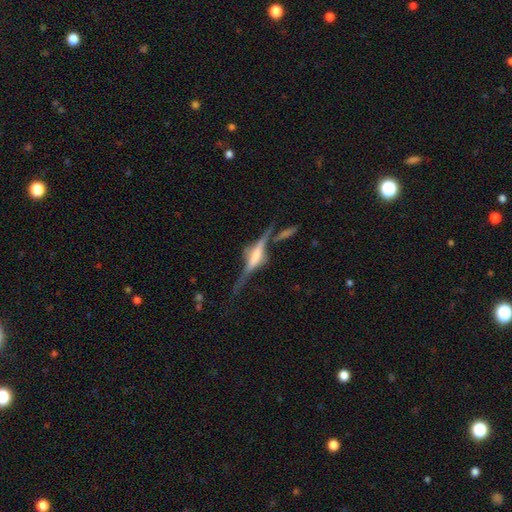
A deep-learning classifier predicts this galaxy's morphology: type=featured or disk (84%); edge-on=yes (96%); edge-on bulge=rounded (63%); merging=none (69%).